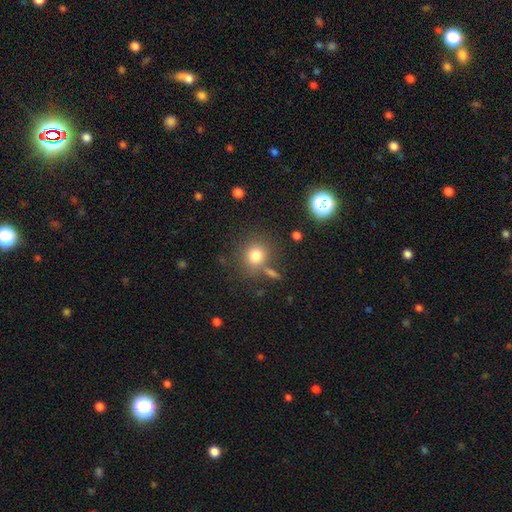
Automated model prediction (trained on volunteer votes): This appears to be a smooth galaxy with no disk features (79%) that is round (85%). Merging: none (73%).